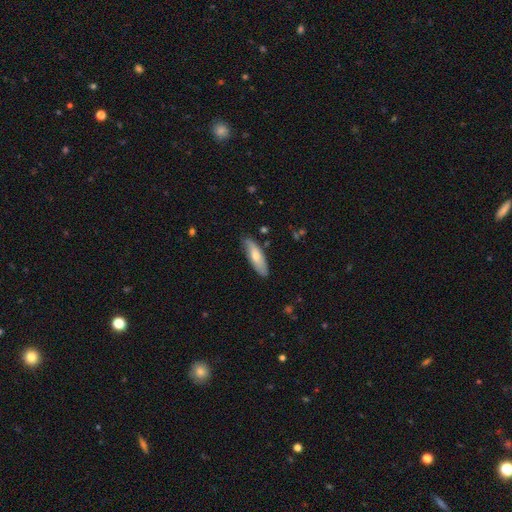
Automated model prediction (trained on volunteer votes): The model was most divided on "how rounded": in between: 51%, cigar-shaped: 48%, round: 2%. More confident: merging — none (82%); smooth or featured — smooth (65%).